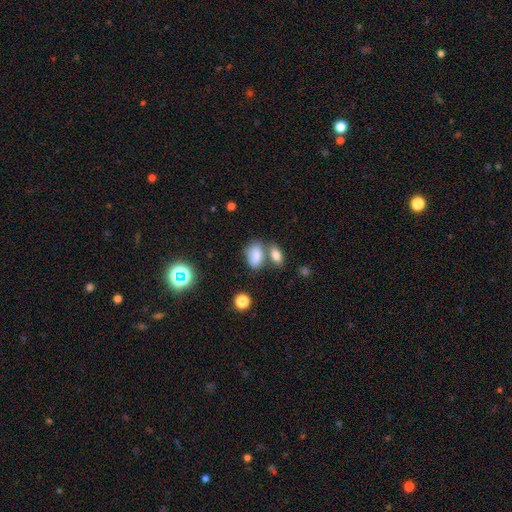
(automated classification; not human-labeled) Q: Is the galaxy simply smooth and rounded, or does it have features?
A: smooth — 80%.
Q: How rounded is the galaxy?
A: in between — 87%.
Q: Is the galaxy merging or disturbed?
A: none — 44%.